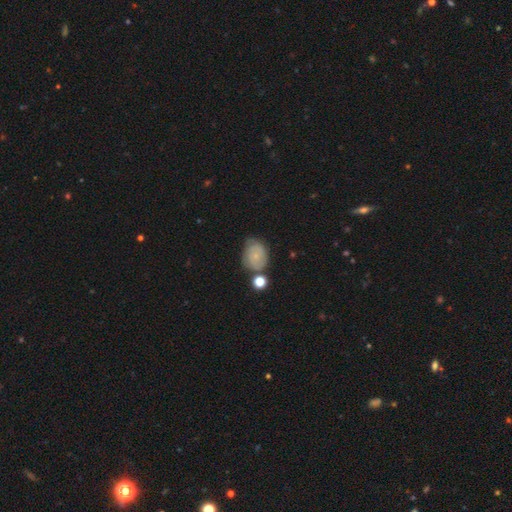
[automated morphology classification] Smooth or featured? smooth (54%)
How rounded? round (54%)
Merging? none (55%)